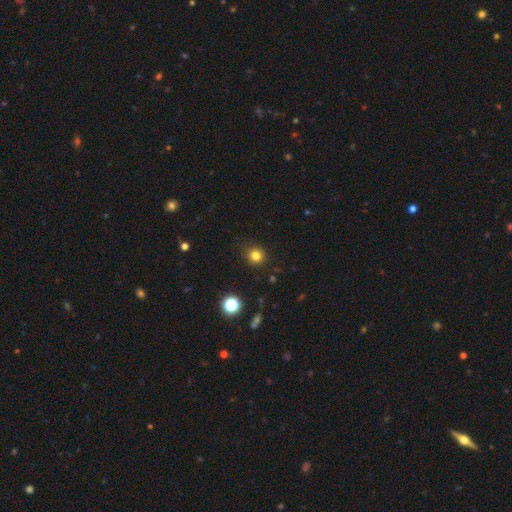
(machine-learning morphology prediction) A smooth galaxy with no disk features (81%) that is round (92%).

Vote fractions:
- Smooth or featured? smooth: 81% / star or artifact: 14% / featured or disk: 5%
- How rounded? round: 92% / in between: 7% / cigar-shaped: 1%
- Merging? none: 90% / minor disturbance: 6% / major disturbance: 2% / merger: 1%